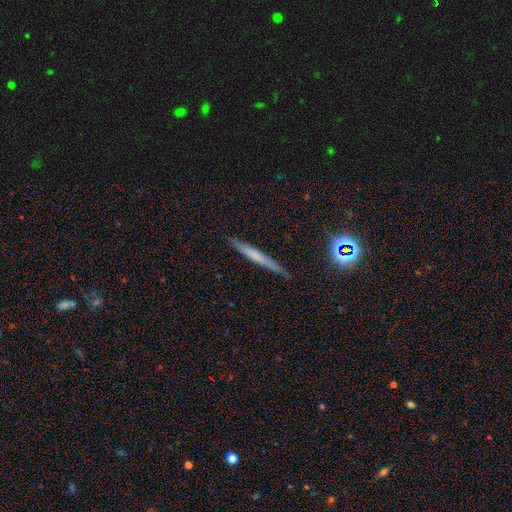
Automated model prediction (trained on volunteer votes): This appears to be a smooth galaxy with no disk features (51%) that is cigar-shaped (95%). Merging: none (86%).